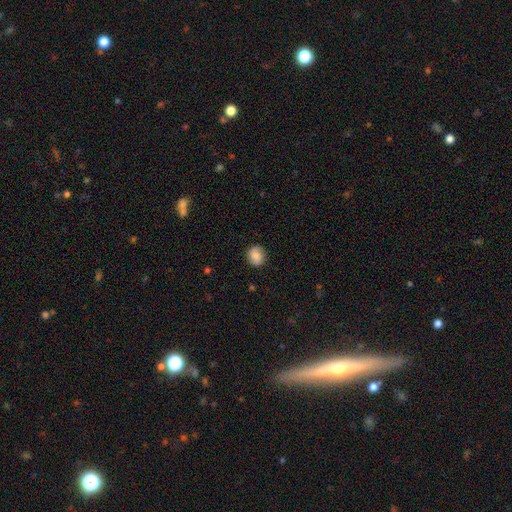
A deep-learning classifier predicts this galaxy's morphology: This is likely a smooth galaxy (80%). How rounded: likely round (75%). Merging: clearly none (83%).